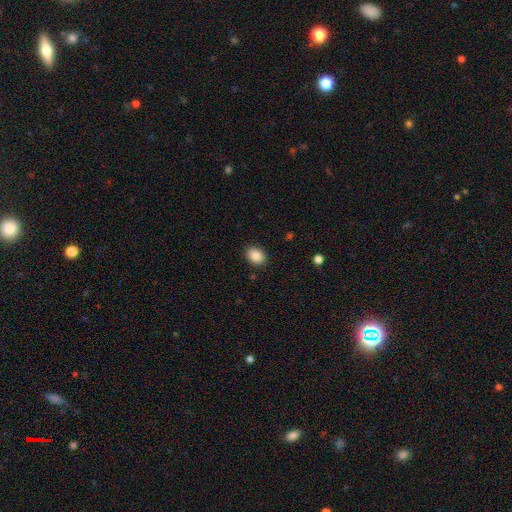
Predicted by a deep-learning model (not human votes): smooth-or-featured: smooth: 88% | star or artifact: 8% | featured or disk: 4%
  how-rounded: in between: 65% | round: 34% | cigar-shaped: 1%
  merging: none: 89% | minor disturbance: 8% | major disturbance: 2% | merger: 1%